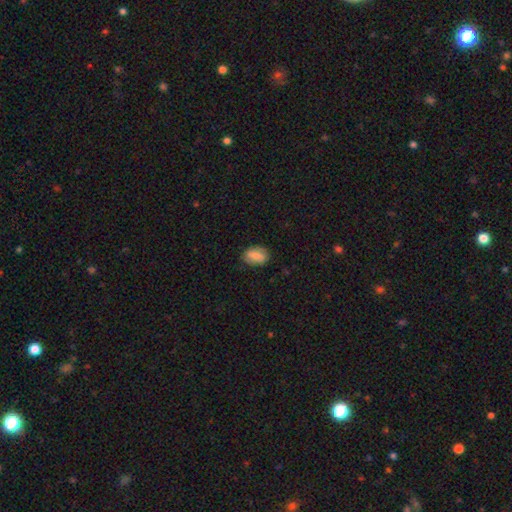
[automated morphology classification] smooth 81%, featured or disk 12%, star or artifact 7%. Down the decision tree: how rounded — in between (83%); merging — none (81%).